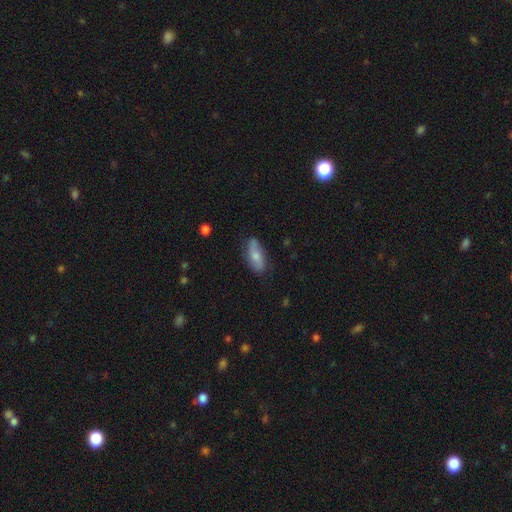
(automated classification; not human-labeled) Morphology: type=smooth (64%); roundness=in between (77%); merging=none (71%).